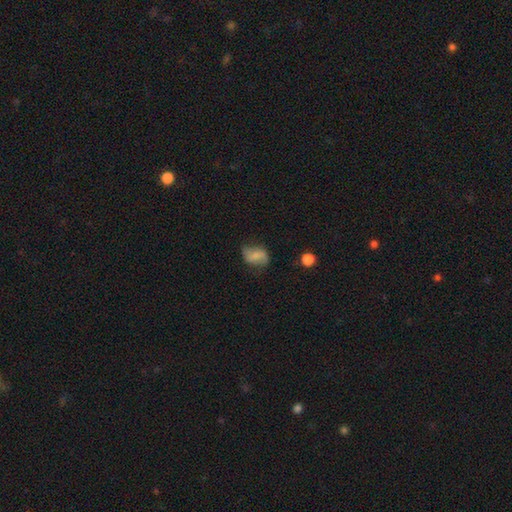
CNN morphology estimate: A smooth galaxy with no disk features (47%). Merging: none (61%).